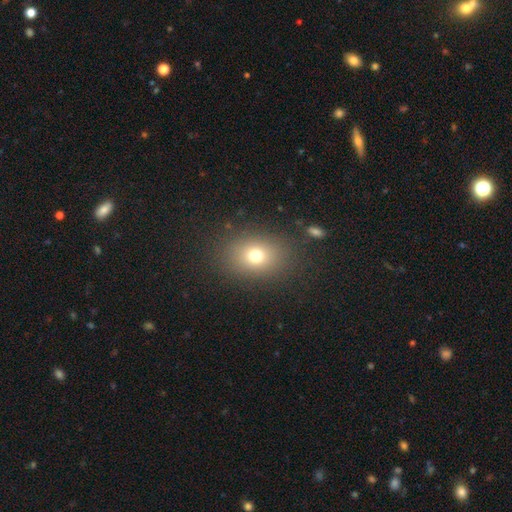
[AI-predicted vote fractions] Smooth or featured? Predicted: smooth (p=0.73). How rounded? Predicted: in between (p=0.55). Merging? Predicted: none (p=0.84).